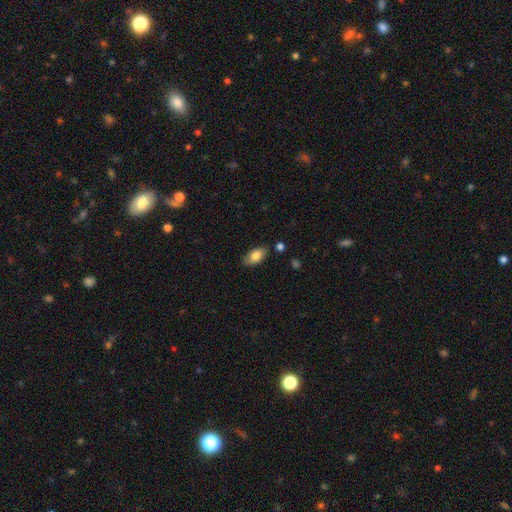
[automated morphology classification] Smooth or featured? Predicted: smooth (p=0.83). How rounded? Predicted: in between (p=0.92). Merging? Predicted: none (p=0.81).